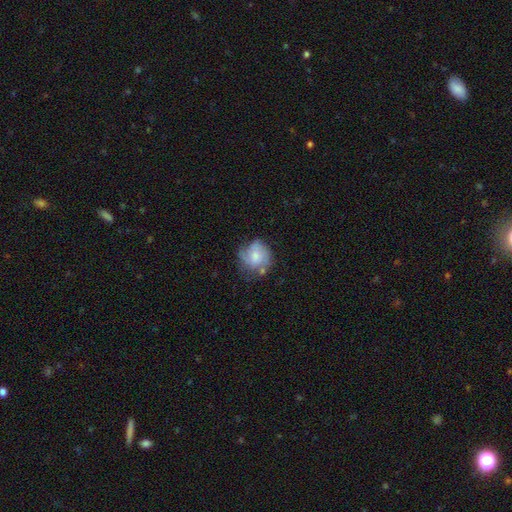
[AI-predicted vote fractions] Q: Smooth or featured?
A: smooth (51%); runner-up: featured or disk (41%)
Q: How rounded?
A: round (74%); runner-up: in between (25%)
Q: Merging?
A: none (51%); runner-up: minor disturbance (29%)